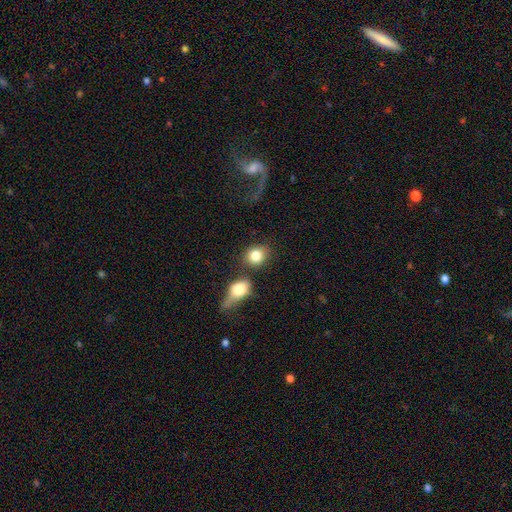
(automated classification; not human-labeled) smooth-or-featured: smooth: 82% | featured or disk: 9% | star or artifact: 9%
  how-rounded: round: 62% | in between: 37% | cigar-shaped: 2%
  merging: none: 60% | merger: 22% | minor disturbance: 11% | major disturbance: 6%